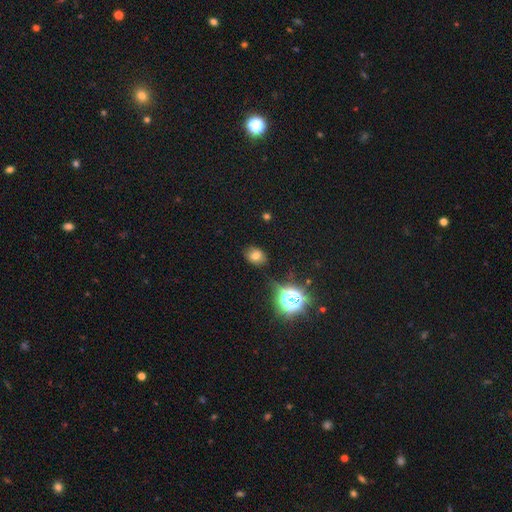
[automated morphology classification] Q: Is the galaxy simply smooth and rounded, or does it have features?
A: smooth — 71%.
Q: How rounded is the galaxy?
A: in between — 56%.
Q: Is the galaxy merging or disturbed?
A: none — 77%.